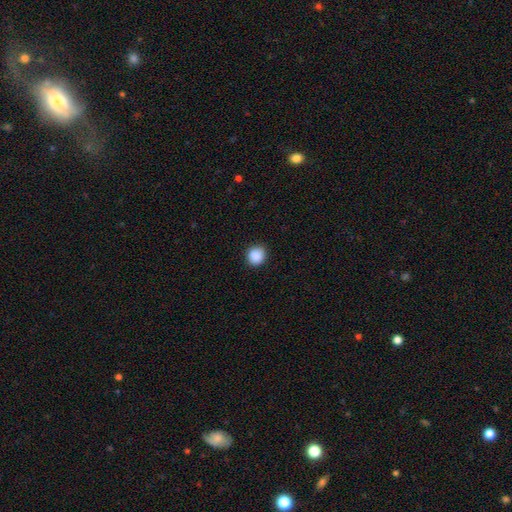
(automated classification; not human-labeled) smooth 89%, star or artifact 9%, featured or disk 2%. Down the decision tree: how rounded — round (88%); merging — none (90%).